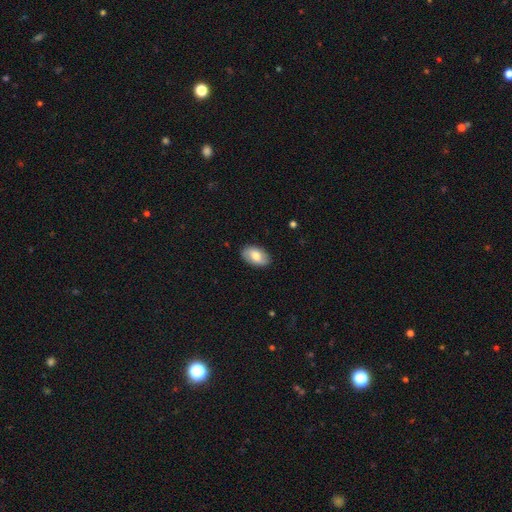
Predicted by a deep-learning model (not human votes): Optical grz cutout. It shows a smooth galaxy with no disk features (73%) that is in between round and cigar-shaped (93%). Merging: none (87%).